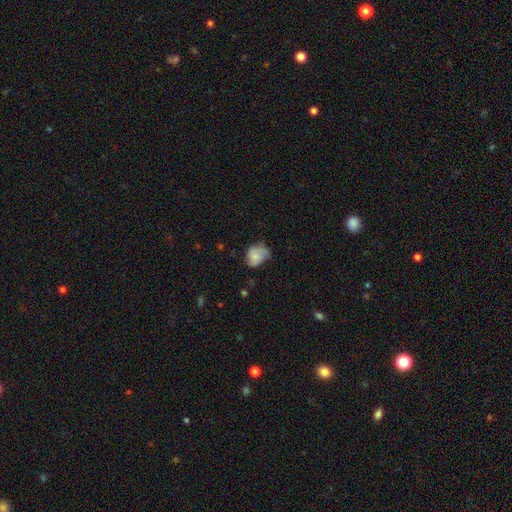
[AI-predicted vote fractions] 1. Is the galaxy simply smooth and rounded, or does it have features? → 70% smooth, 21% featured or disk, 8% star or artifact.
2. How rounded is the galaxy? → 50% round, 49% in between, 1% cigar-shaped.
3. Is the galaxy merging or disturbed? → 40% minor disturbance (tied), 40% none (tied), 17% major disturbance, 2% merger.